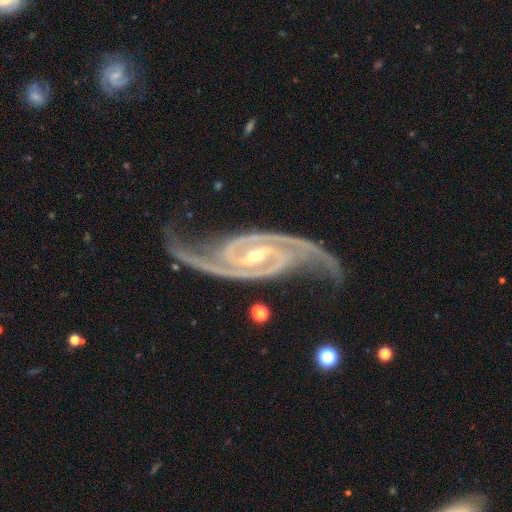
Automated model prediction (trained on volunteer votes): Overall: featured or disk (94%). Edge-on disk: no (97%). Bar: strong (44%; weak 33%). Spiral arms: yes (99%). Spiral arm count: 2 (90%). Spiral winding: medium (53%; tight 33%). Bulge size: small (57%; moderate 40%). Merging: none (71%).